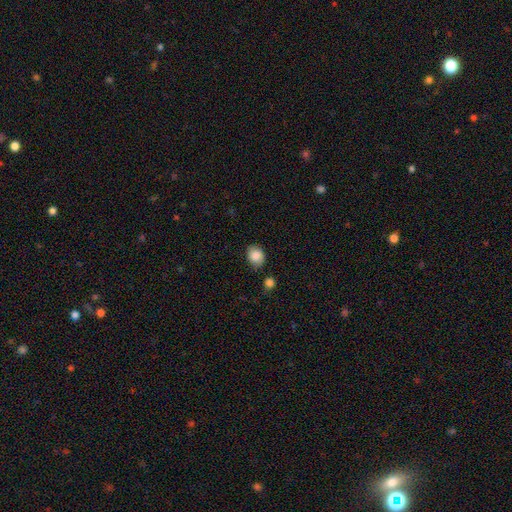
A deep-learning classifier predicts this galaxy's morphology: Q: Smooth or featured?
A: smooth (86%); runner-up: star or artifact (8%)
Q: How rounded?
A: round (53%); runner-up: in between (46%)
Q: Merging?
A: none (76%); runner-up: minor disturbance (16%)